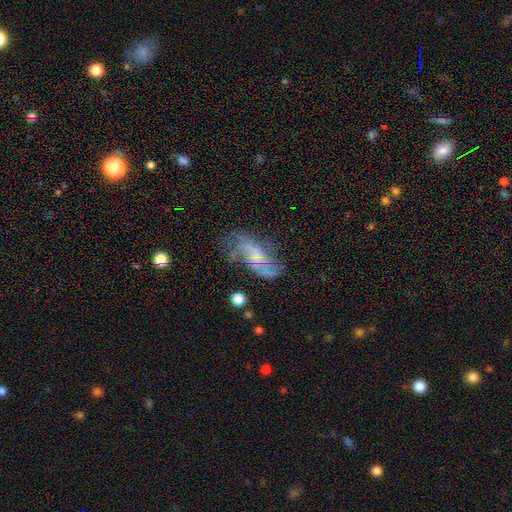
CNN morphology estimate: smooth_or_featured: featured or disk (p=0.61) [alt: smooth p=0.30]
disk_edge_on: no (p=0.91) [alt: yes p=0.09]
bar: no (p=0.67) [alt: weak p=0.27]
has_spiral_arms: yes (p=0.72) [alt: no p=0.28]
bulge_size: small (p=0.50) [alt: none p=0.25]
merging: none (p=0.50) [alt: minor disturbance p=0.26]